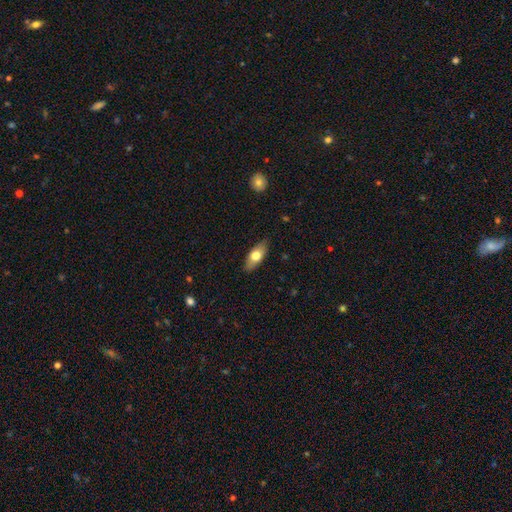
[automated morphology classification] type=smooth (67%); roundness=in between (80%); merging=none (86%).